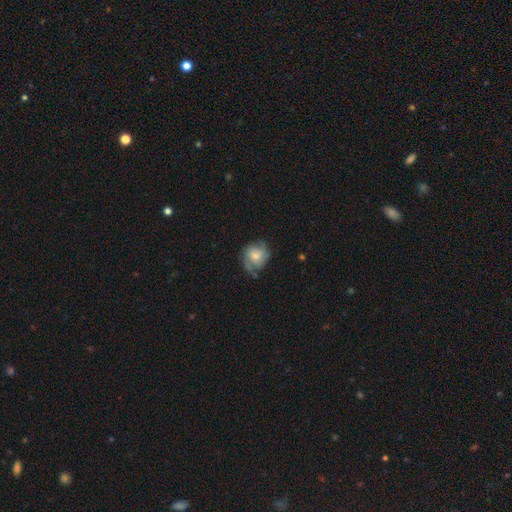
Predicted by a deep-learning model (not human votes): Overall: featured or disk (59%; smooth 34%). Edge-on disk: no (97%). Bar: no (68%). Spiral arms: yes (86%). Bulge size: moderate (50%; small 38%). Merging: none (56%; minor disturbance 27%).